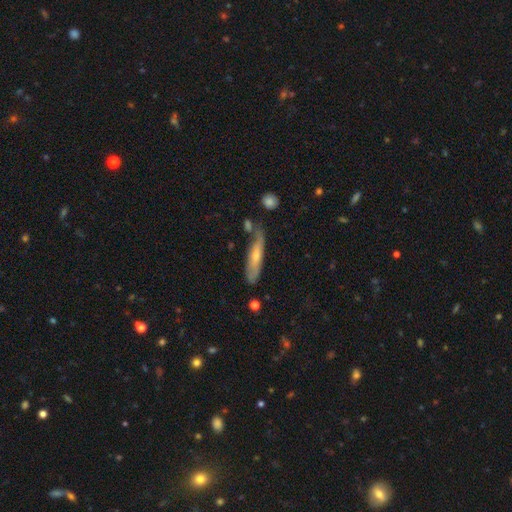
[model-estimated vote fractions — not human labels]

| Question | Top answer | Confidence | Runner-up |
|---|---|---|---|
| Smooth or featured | featured or disk | 48% | smooth (45%) |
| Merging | none | 63% | minor disturbance (23%) |